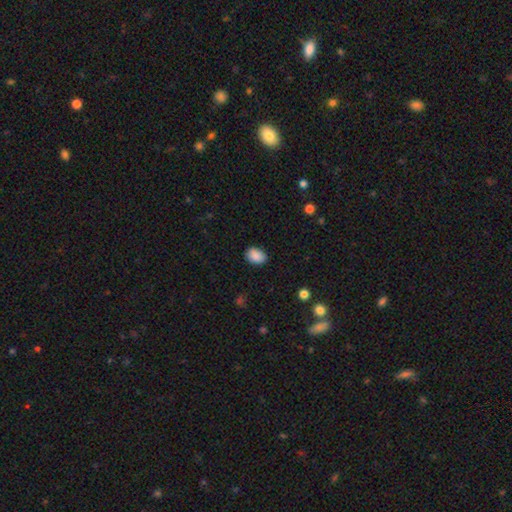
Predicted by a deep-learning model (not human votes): The model was most divided on "how rounded": in between: 79%, round: 20%, cigar-shaped: 1%. More confident: smooth or featured — smooth (89%); merging — none (86%).